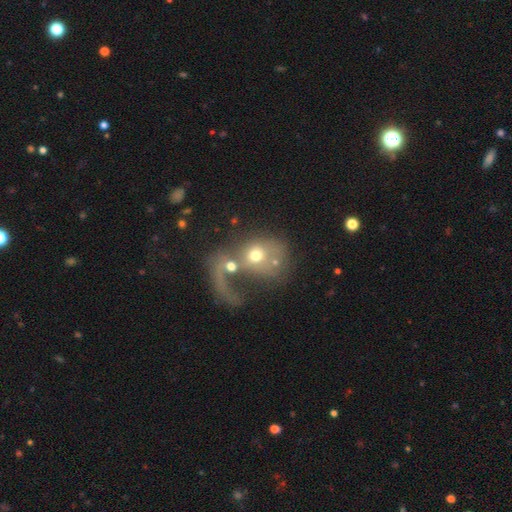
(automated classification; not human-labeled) smooth_or_featured: smooth (p=0.46) [alt: featured or disk p=0.42]
merging: merger (p=0.66) [alt: major disturbance p=0.18]